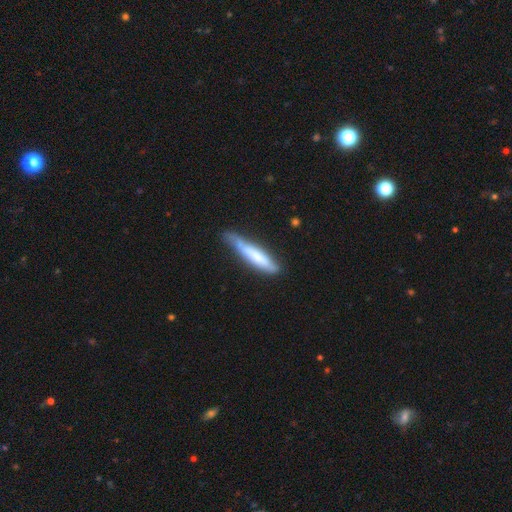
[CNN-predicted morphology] This appears to be a smooth galaxy with no disk features (61%) that is cigar-shaped (87%). Merging: none (54%).